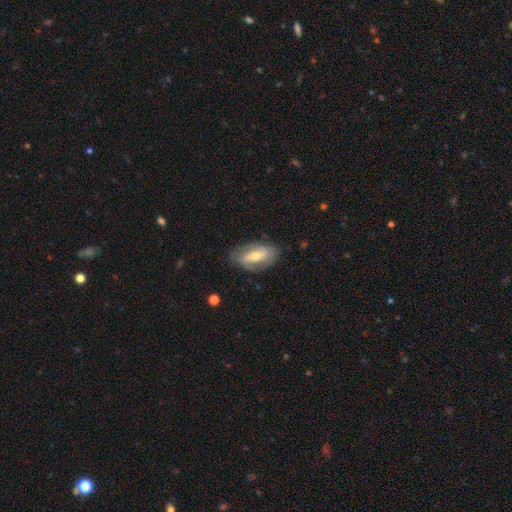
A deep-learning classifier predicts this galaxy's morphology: Q: Smooth or featured?
A: featured or disk (58%); runner-up: smooth (36%)
Q: Edge-on disk?
A: no (90%); runner-up: yes (10%)
Q: Bar?
A: strong (37%); runner-up: weak (36%)
Q: Spiral arms?
A: yes (69%); runner-up: no (31%)
Q: Bulge size?
A: moderate (54%); runner-up: small (40%)
Q: Merging?
A: none (76%); runner-up: minor disturbance (17%)